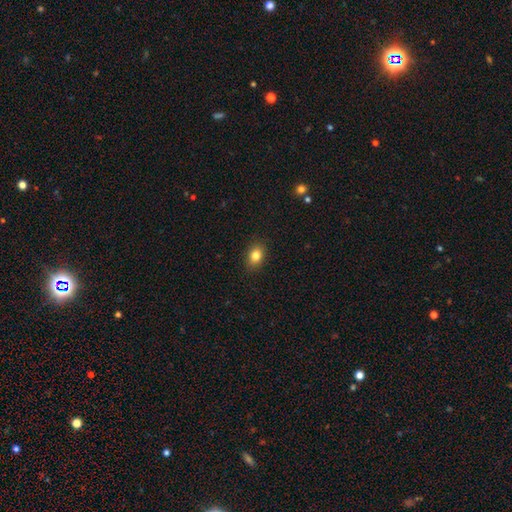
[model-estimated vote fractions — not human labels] Smooth or featured: smooth — 83% (star or artifact — 10%)
How rounded: in between — 72% (round — 26%)
Merging: none — 89% (minor disturbance — 8%)